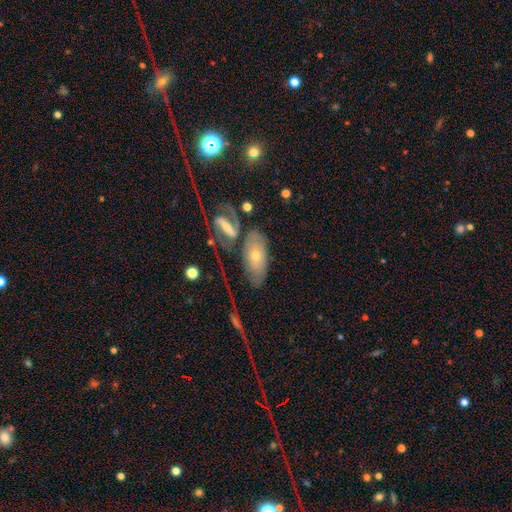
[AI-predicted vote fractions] smooth_or_featured: featured or disk (p=0.50) [alt: smooth p=0.41]
merging: none (p=0.44) [alt: merger p=0.22]